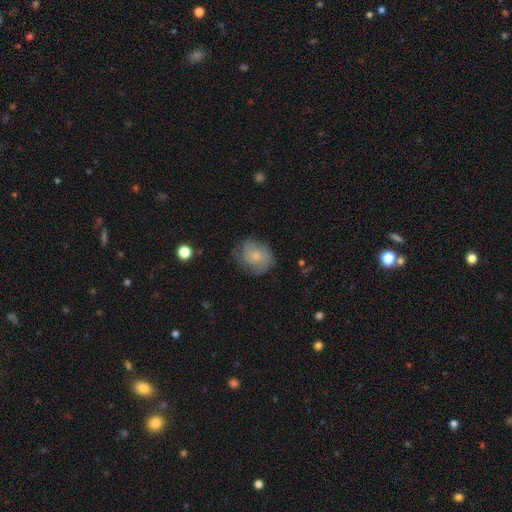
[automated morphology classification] Overall: smooth (50%; featured or disk 42%). How rounded: round (63%; in between 36%). Merging: none (65%).